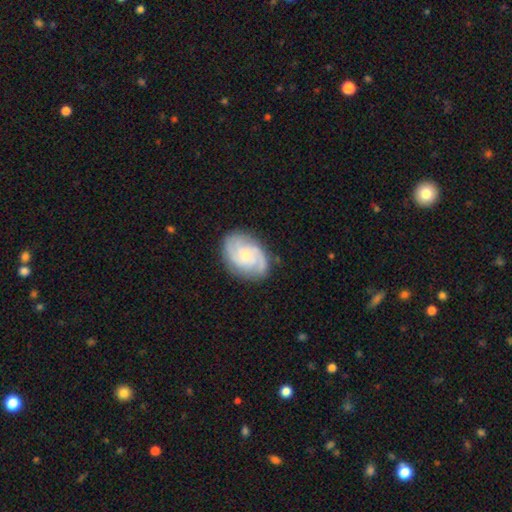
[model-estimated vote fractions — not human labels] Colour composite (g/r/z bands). It shows a featured or disk galaxy (79%) with no bar (70%), 2 (36%) tight (50%) spiral arms (96%) and a small central bulge (63%). Merging: none (80%).